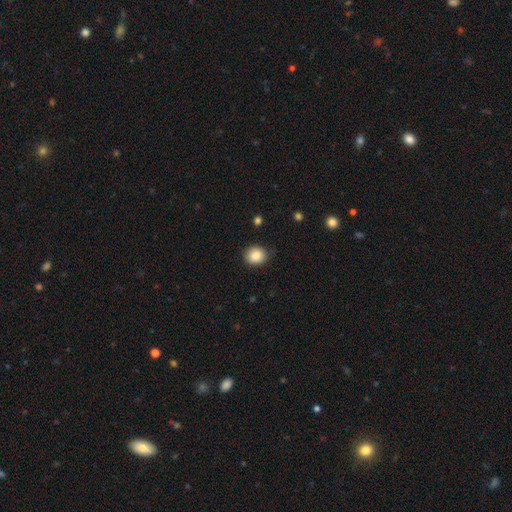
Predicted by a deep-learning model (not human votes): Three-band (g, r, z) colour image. It shows a smooth galaxy with no disk features (87%) that is round (68%). Merging: none (83%).